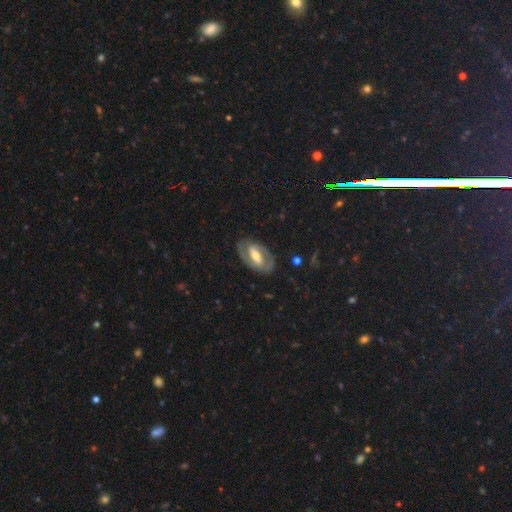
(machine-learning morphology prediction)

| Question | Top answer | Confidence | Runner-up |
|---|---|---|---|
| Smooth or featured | featured or disk | 74% | smooth (20%) |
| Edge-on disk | no | 93% | yes (7%) |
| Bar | strong | 51% | weak (32%) |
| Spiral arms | yes | 72% | no (28%) |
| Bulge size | moderate | 56% | small (25%) |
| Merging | none | 78% | minor disturbance (14%) |